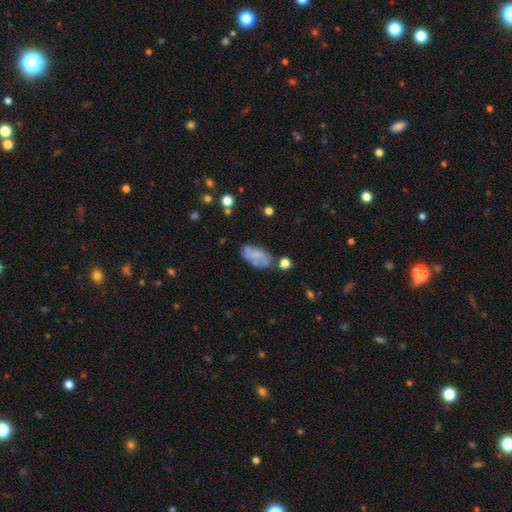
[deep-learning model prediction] Overall: smooth (48%; featured or disk 43%). Merging: none (52%; minor disturbance 25%).